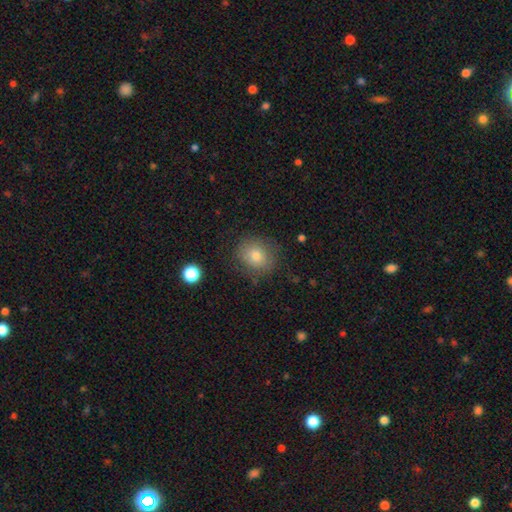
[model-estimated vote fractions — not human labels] Smooth or featured? Predicted: smooth (p=0.79). How rounded? Predicted: round (p=0.70). Merging? Predicted: none (p=0.80).